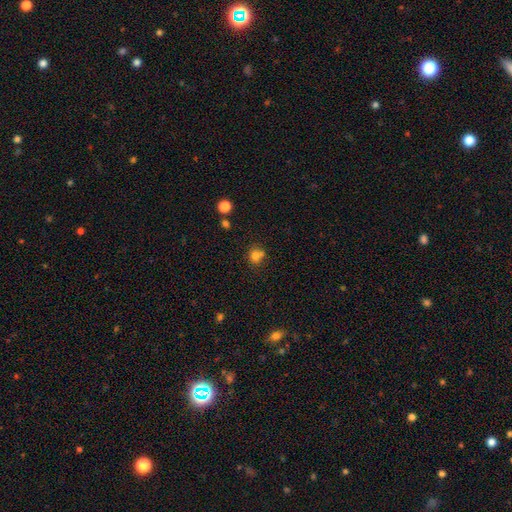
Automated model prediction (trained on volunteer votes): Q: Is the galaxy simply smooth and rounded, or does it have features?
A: smooth — 76%.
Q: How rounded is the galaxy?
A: round — 80%.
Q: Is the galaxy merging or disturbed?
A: none — 57%.